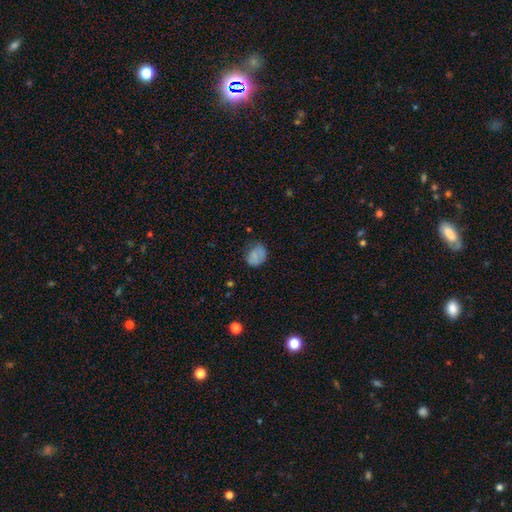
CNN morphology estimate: Smooth or featured: smooth — 76% (featured or disk — 14%)
How rounded: round — 50% (in between — 49%)
Merging: none — 60% (minor disturbance — 28%)